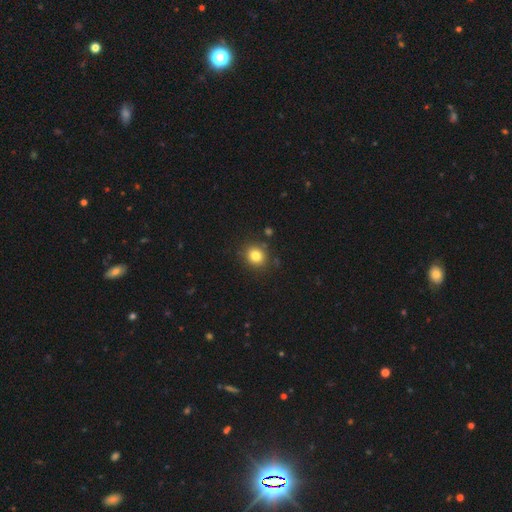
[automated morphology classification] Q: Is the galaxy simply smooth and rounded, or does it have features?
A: smooth — 82%.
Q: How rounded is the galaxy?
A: round — 82%.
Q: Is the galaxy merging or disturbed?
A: none — 85%.